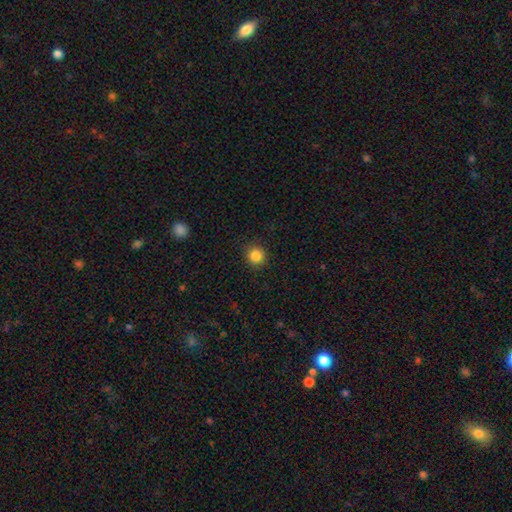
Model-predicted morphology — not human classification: Smooth or featured: smooth — 85% (star or artifact — 11%)
How rounded: round — 92% (in between — 7%)
Merging: none — 90% (minor disturbance — 7%)